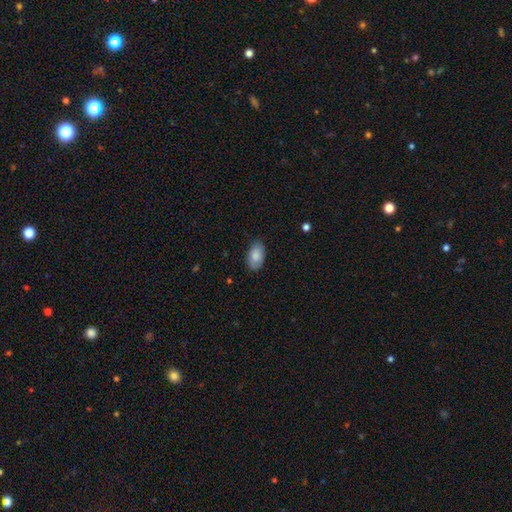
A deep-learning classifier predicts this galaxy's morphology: smooth-or-featured: smooth: 83% | featured or disk: 10% | star or artifact: 7%
  how-rounded: in between: 93% | round: 6% | cigar-shaped: 2%
  merging: none: 79% | minor disturbance: 17% | major disturbance: 3% | merger: 1%